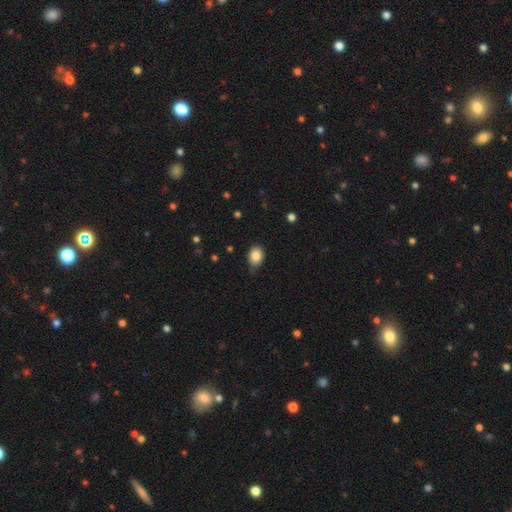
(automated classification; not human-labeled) This is clearly a smooth galaxy (85%). How rounded: likely in between (68%). Merging: likely none (73%).